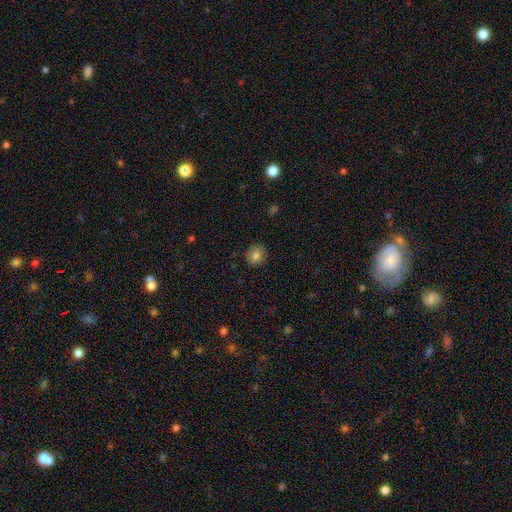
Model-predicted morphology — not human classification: A smooth galaxy with no disk features (82%) that is round (83%). Merging: none (88%).